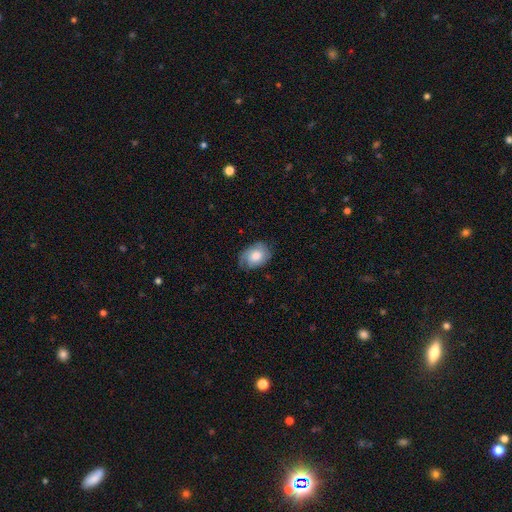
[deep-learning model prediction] A smooth galaxy with no disk features (57%) that is in between round and cigar-shaped (76%). Merging: none (67%).